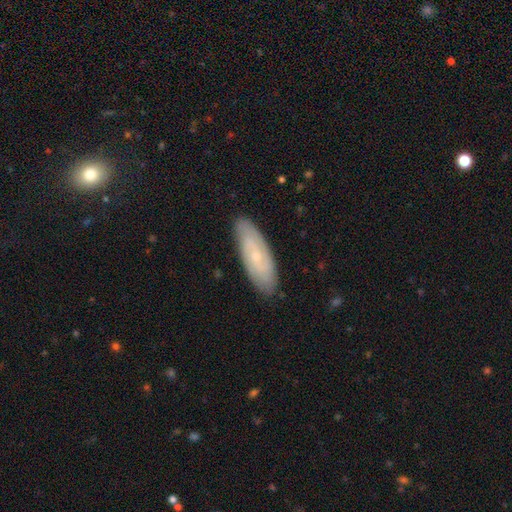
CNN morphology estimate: smooth-or-featured: featured or disk: 58% | smooth: 34% | star or artifact: 7%
  disk-edge-on: no: 81% | yes: 19%
  merging: none: 86% | minor disturbance: 11% | major disturbance: 2% | merger: 1%